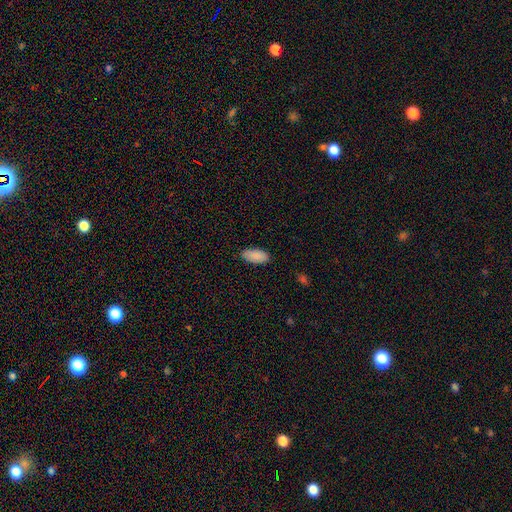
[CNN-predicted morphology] type=smooth (90%); roundness=in between (93%); merging=none (87%).